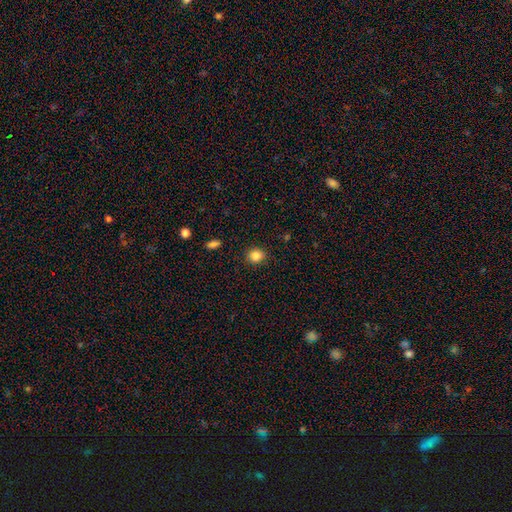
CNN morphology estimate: Smooth or featured? smooth (85%)
How rounded? round (77%)
Merging? none (89%)